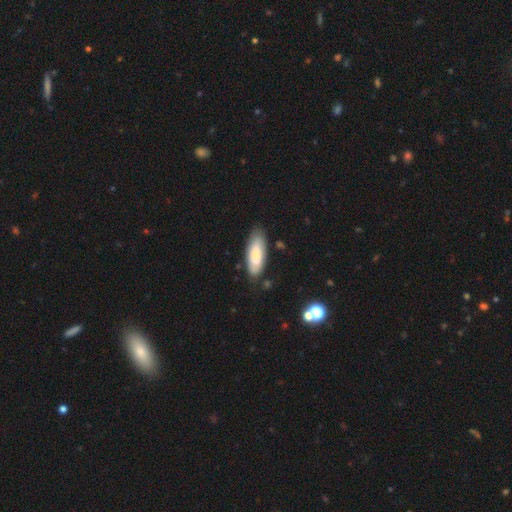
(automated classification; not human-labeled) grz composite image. It shows a smooth galaxy with no disk features (72%) that is in between round and cigar-shaped (70%). Merging: none (77%).